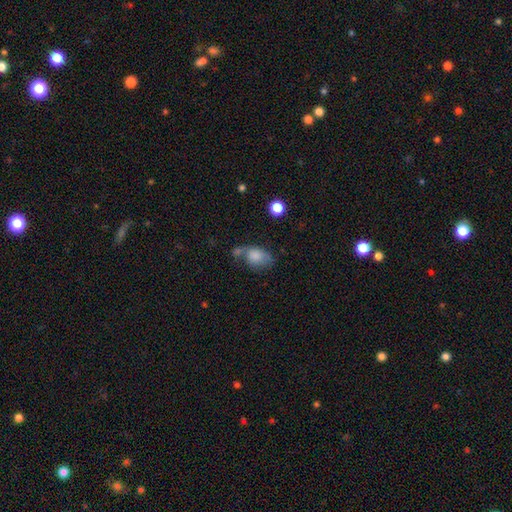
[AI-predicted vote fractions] Q: Smooth or featured?
A: smooth (79%); runner-up: featured or disk (12%)
Q: How rounded?
A: in between (79%); runner-up: round (19%)
Q: Merging?
A: none (34%); runner-up: merger (28%)